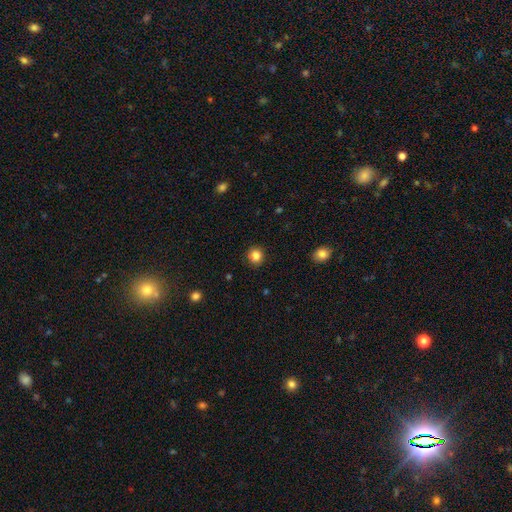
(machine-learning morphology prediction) Q: Smooth or featured?
A: smooth (84%); runner-up: star or artifact (11%)
Q: How rounded?
A: round (91%); runner-up: in between (9%)
Q: Merging?
A: none (90%); runner-up: minor disturbance (7%)